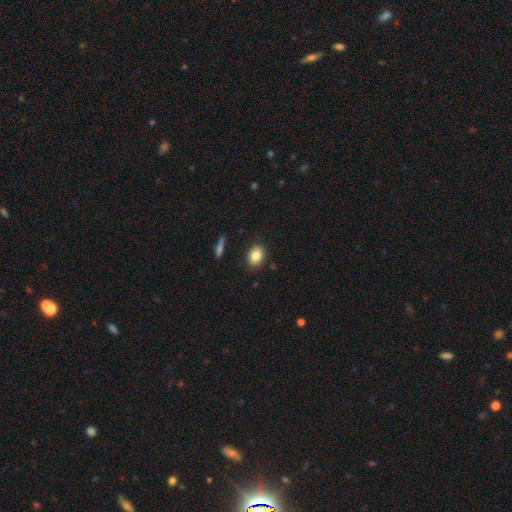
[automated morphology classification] smooth_or_featured: smooth (p=0.82) [alt: featured or disk p=0.10]
how_rounded: in between (p=0.72) [alt: round p=0.27]
merging: none (p=0.87) [alt: minor disturbance p=0.10]